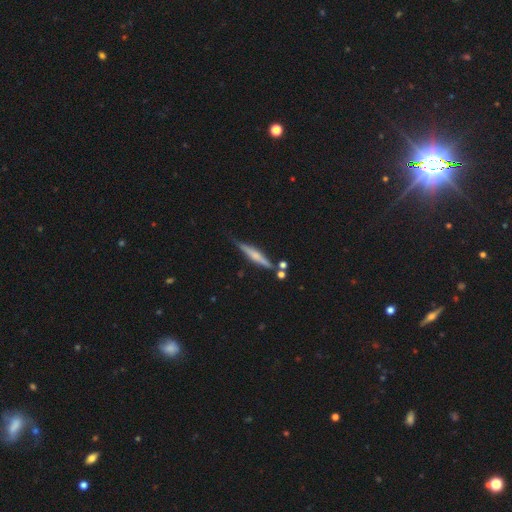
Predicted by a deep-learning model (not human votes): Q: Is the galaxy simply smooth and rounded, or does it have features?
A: featured or disk — 56%.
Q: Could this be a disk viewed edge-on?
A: yes — 96%.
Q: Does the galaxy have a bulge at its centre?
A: rounded — 63%.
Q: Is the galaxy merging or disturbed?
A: none — 74%.